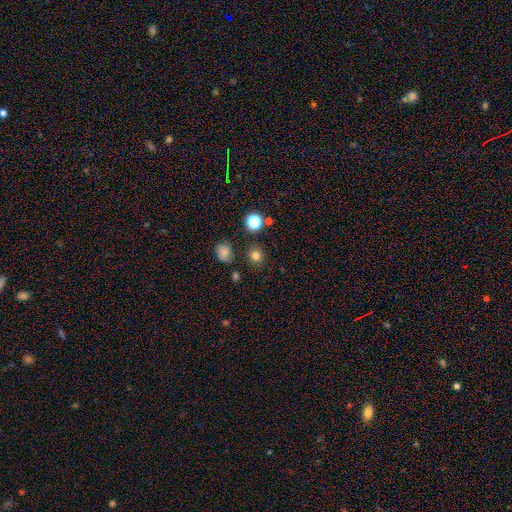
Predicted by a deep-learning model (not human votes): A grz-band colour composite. It shows a smooth galaxy with no disk features (77%) that is round (84%). Merging: none (83%).